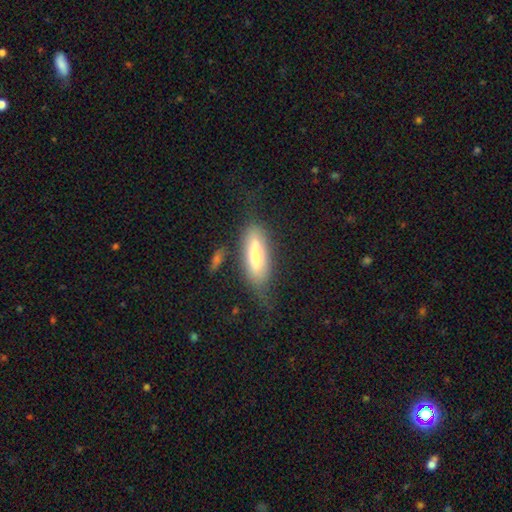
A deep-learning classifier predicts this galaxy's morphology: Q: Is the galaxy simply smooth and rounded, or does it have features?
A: smooth — 58%.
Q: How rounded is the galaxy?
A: in between — 53%.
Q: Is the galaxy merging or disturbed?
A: none — 58%.